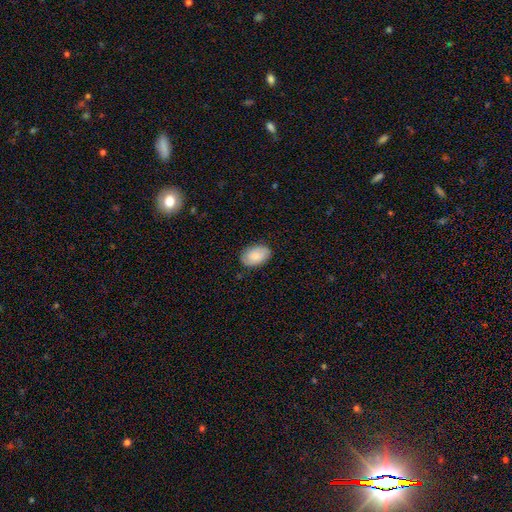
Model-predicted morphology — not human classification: Smooth or featured? Predicted: smooth (p=0.77). How rounded? Predicted: in between (p=0.91). Merging? Predicted: none (p=0.82).